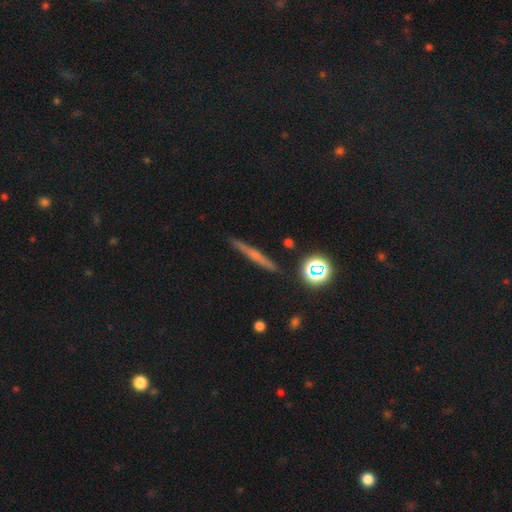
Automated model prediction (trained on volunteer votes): featured or disk 44%, smooth 42%, star or artifact 14%. Down the decision tree: merging — none (89%).